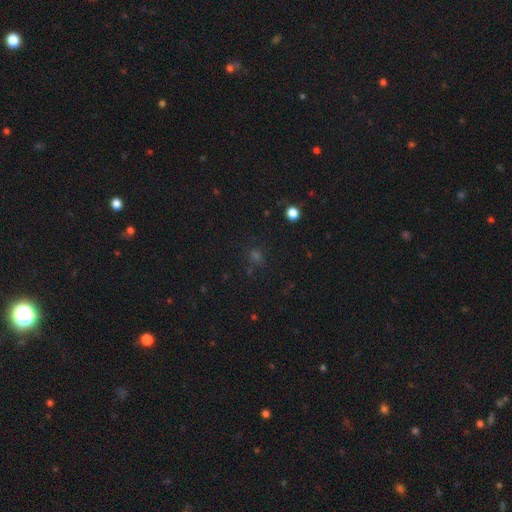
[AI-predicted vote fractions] Q: Smooth or featured?
A: smooth (49%); runner-up: star or artifact (43%)
Q: Merging?
A: none (80%); runner-up: minor disturbance (11%)